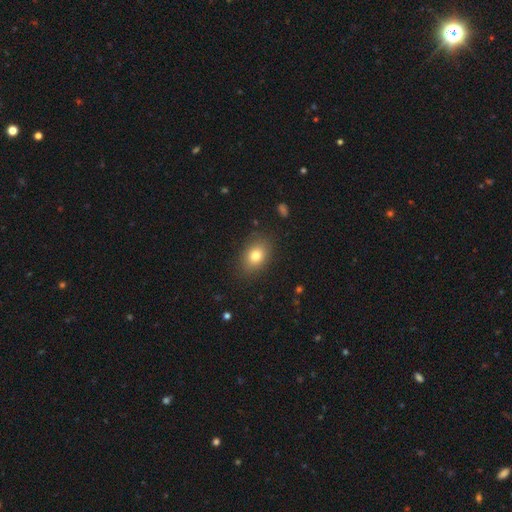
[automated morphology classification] A smooth galaxy with no disk features (80%) that is in between round and cigar-shaped (74%). Merging: none (85%).